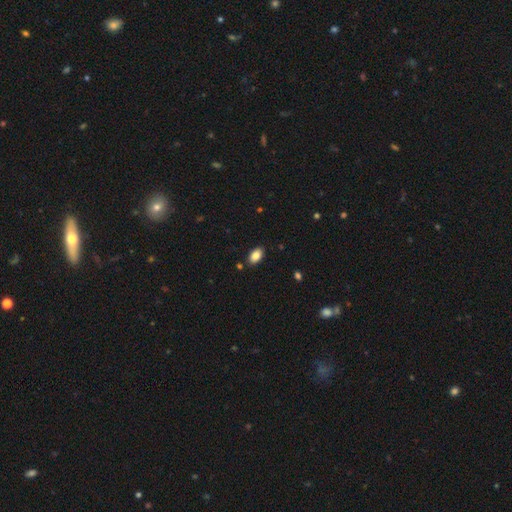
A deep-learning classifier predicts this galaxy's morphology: Q: Smooth or featured?
A: smooth (85%); runner-up: star or artifact (8%)
Q: How rounded?
A: in between (92%); runner-up: round (6%)
Q: Merging?
A: none (87%); runner-up: minor disturbance (9%)